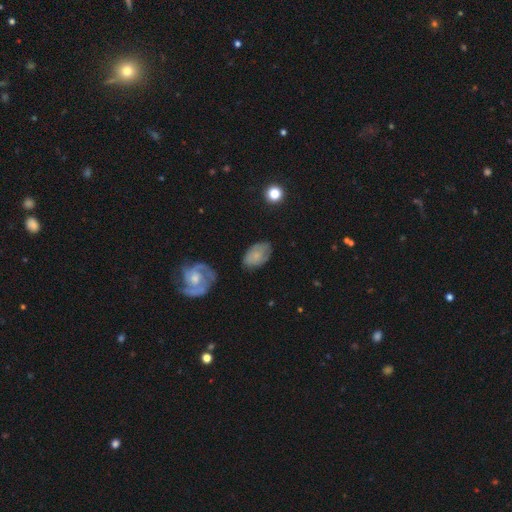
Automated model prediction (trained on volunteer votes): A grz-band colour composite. It shows a smooth galaxy with no disk features (61%) that is in between round and cigar-shaped (89%). Merging: none (71%).